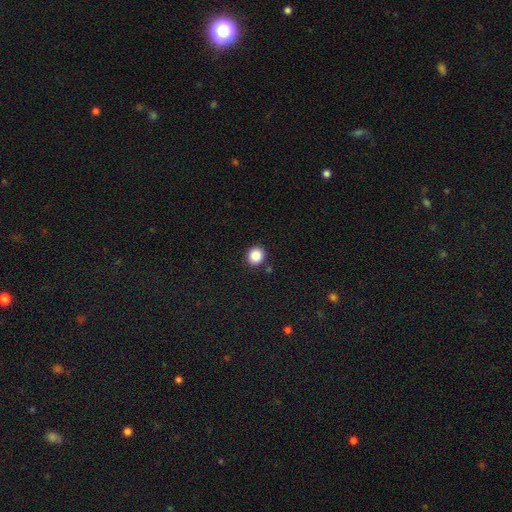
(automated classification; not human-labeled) A smooth galaxy with no disk features (87%) that is round (90%).

Vote fractions:
- Smooth or featured? smooth: 87% / star or artifact: 10% / featured or disk: 3%
- How rounded? round: 90% / in between: 9% / cigar-shaped: 1%
- Merging? none: 89% / minor disturbance: 6% / merger: 2% / major disturbance: 2%